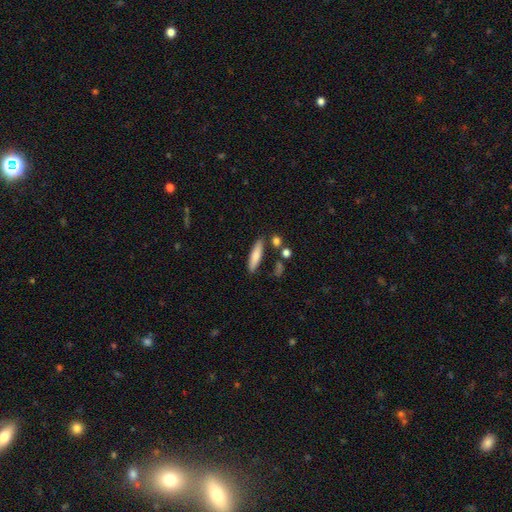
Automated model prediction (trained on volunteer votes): A smooth galaxy with no disk features (77%) that is cigar-shaped (73%). Merging: none (81%).